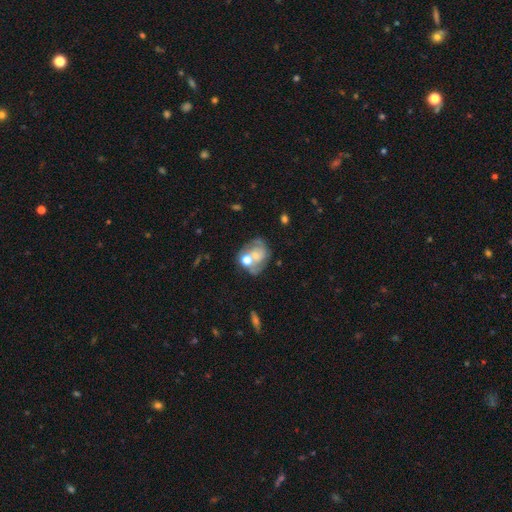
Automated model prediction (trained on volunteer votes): Morphology: type=featured or disk (54%); edge-on=no (97%); bar=no (77%); spiral arms=yes (61%); bulge=moderate (42%); merging=none (34%).